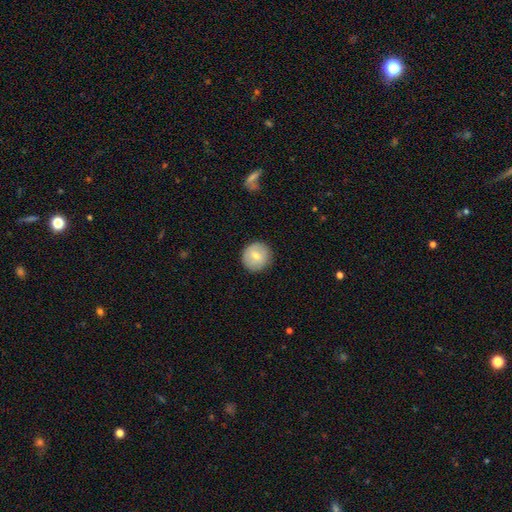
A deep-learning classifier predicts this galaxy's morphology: smooth_or_featured: smooth (p=0.68) [alt: featured or disk p=0.24]
how_rounded: round (p=0.93) [alt: in between p=0.06]
merging: none (p=0.89) [alt: minor disturbance p=0.08]